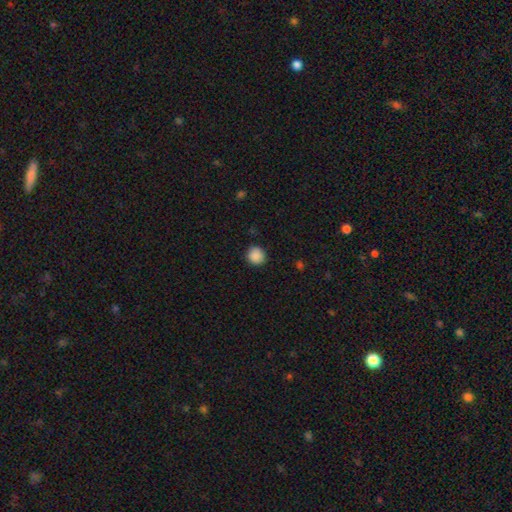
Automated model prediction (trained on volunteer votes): Q: Smooth or featured?
A: smooth (88%); runner-up: star or artifact (9%)
Q: How rounded?
A: round (91%); runner-up: in between (8%)
Q: Merging?
A: none (89%); runner-up: minor disturbance (8%)